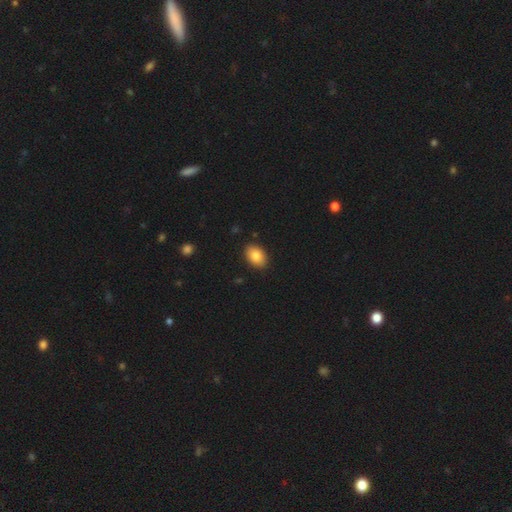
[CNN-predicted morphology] smooth_or_featured: smooth (p=0.85) [alt: star or artifact p=0.08]
how_rounded: in between (p=0.84) [alt: round p=0.15]
merging: none (p=0.89) [alt: minor disturbance p=0.08]